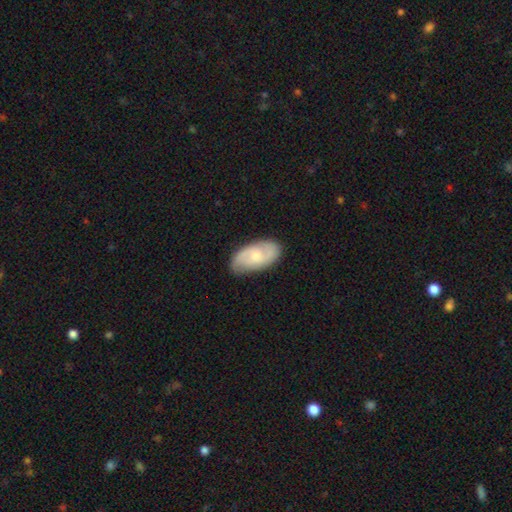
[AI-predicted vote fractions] Overall: featured or disk (57%; smooth 38%). Edge-on disk: no (95%). Bar: no (60%; weak 35%). Spiral arms: yes (89%). Bulge size: small (46%; moderate 43%). Merging: none (80%).